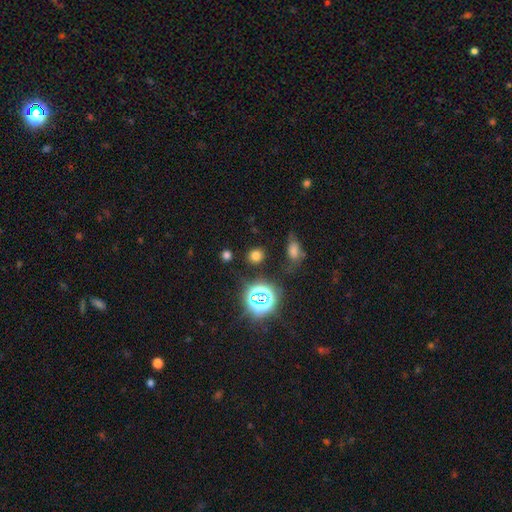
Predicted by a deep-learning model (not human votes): Smooth or featured? smooth (68%)
How rounded? round (75%)
Merging? none (83%)